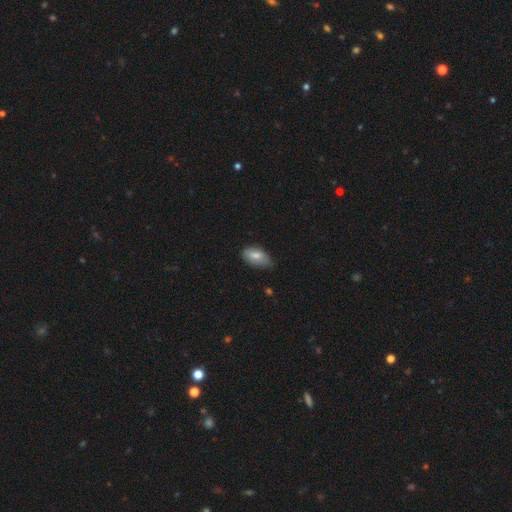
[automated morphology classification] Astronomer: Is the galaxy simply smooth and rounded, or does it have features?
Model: smooth — 75%.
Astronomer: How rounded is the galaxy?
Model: in between — 92%.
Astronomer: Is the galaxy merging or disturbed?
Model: none — 57% (runner-up: minor disturbance, 37%).